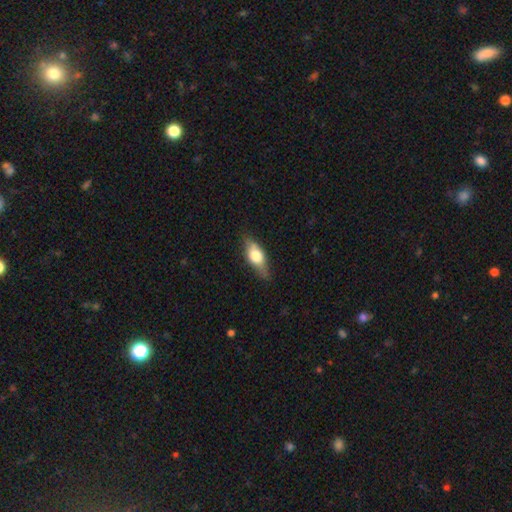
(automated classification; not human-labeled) This appears to be a smooth galaxy with no disk features (56%) that is in between round and cigar-shaped (72%). Merging: none (74%).